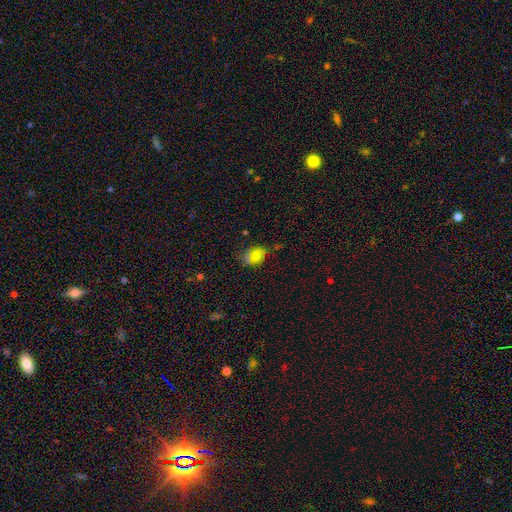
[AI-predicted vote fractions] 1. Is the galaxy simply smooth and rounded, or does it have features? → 65% smooth, 19% featured or disk, 16% star or artifact.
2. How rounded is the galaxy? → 58% in between, 41% round, 1% cigar-shaped.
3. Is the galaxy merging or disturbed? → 66% none, 23% minor disturbance, 6% major disturbance, 5% merger.